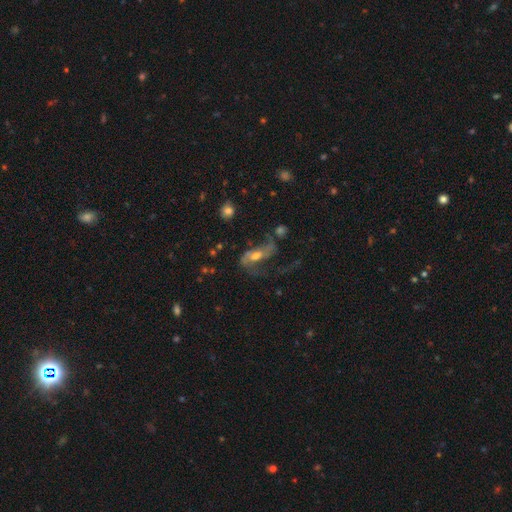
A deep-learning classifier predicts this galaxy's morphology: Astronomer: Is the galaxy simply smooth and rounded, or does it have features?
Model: featured or disk — 67%.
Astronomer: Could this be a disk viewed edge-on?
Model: no — 90%.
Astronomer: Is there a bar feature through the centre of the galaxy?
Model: no — 45% (runner-up: weak, 35%).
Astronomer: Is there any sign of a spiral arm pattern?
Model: yes — 77%.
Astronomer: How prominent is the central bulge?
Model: moderate — 62%.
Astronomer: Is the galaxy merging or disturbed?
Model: major disturbance — 43% (runner-up: none, 32%).